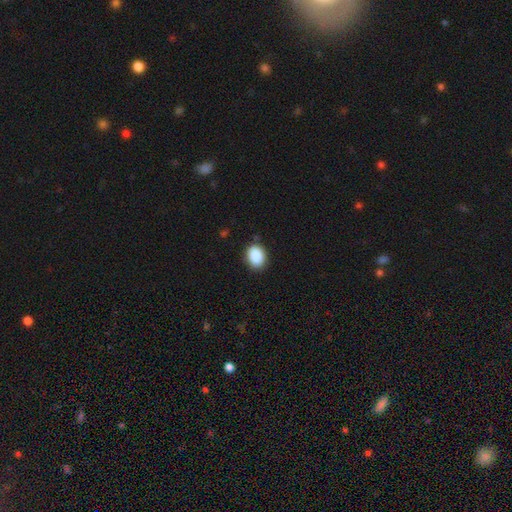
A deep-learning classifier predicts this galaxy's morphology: smooth 88%, star or artifact 8%, featured or disk 4%. Down the decision tree: how rounded — in between (63%); merging — none (85%).